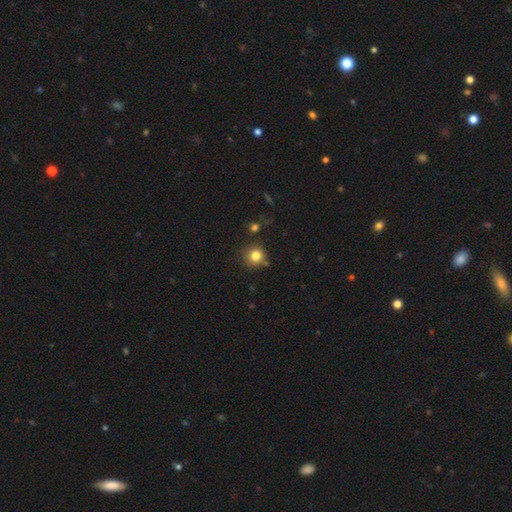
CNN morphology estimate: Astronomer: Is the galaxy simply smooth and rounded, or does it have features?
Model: smooth — 81%.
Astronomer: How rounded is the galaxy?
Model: round — 92%.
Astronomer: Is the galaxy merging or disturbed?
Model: none — 79%.